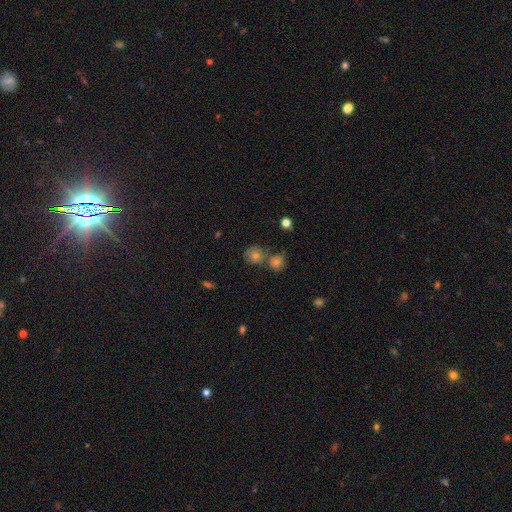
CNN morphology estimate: A smooth galaxy with no disk features (46%).

Vote fractions:
- Smooth or featured? smooth: 46% / star or artifact: 37% / featured or disk: 17%
- Merging? none: 61% / merger: 23% / minor disturbance: 10% / major disturbance: 5%